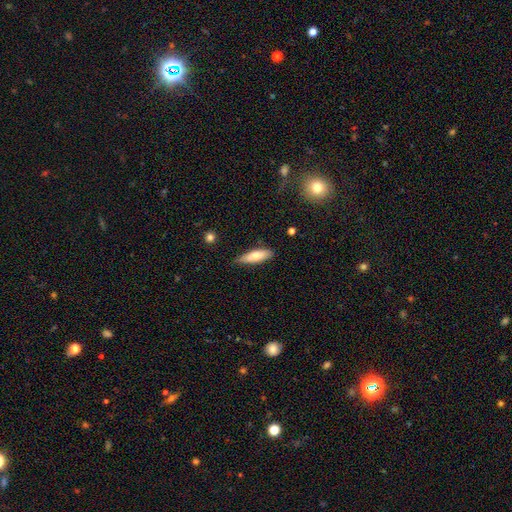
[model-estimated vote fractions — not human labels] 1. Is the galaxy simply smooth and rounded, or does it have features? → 76% smooth, 18% featured or disk, 6% star or artifact.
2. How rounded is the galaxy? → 54% cigar-shaped, 44% in between, 2% round.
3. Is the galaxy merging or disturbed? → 79% none, 17% minor disturbance, 2% major disturbance, 1% merger.